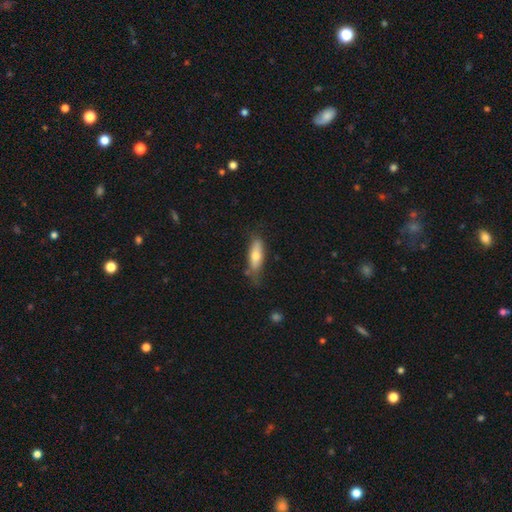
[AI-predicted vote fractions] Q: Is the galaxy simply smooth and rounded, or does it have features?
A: smooth — 68%.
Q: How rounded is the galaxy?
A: in between — 53%.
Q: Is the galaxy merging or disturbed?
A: none — 64%.